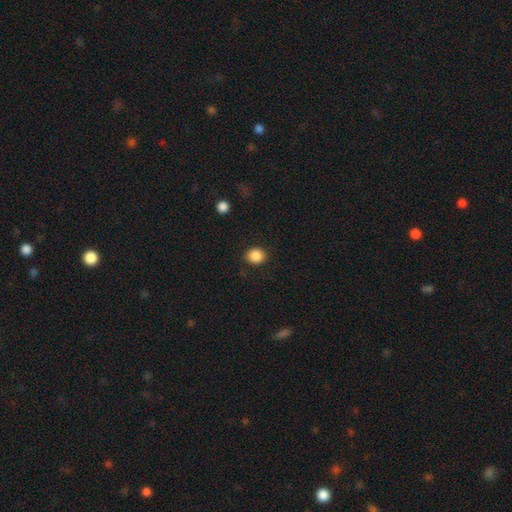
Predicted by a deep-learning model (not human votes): Overall: smooth (87%). How rounded: round (76%). Merging: none (89%).